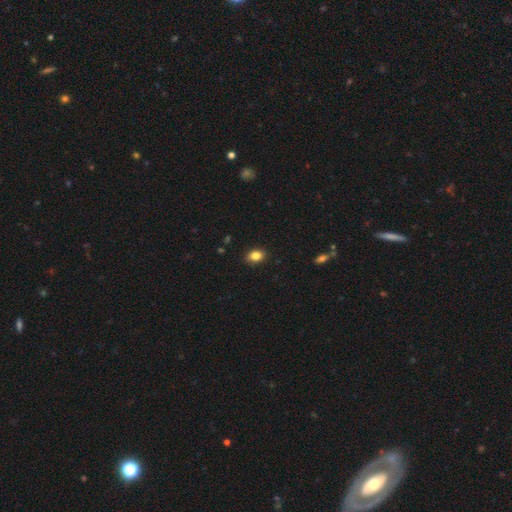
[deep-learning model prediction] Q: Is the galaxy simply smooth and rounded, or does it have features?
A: smooth — 84%.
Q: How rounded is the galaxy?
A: in between — 75%.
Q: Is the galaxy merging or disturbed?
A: none — 86%.